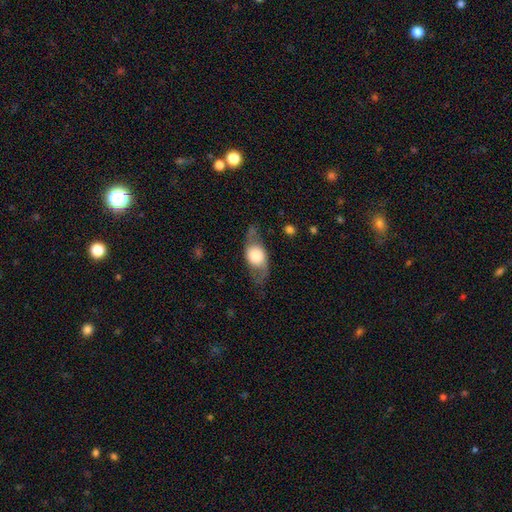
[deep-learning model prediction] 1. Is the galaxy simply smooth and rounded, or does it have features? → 48% featured or disk, 46% smooth, 6% star or artifact.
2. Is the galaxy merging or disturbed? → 64% none, 21% minor disturbance, 13% major disturbance, 2% merger.